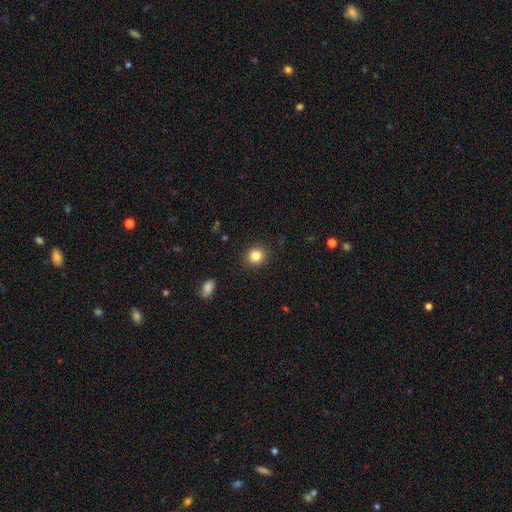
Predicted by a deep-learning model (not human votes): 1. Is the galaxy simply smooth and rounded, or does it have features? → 83% smooth, 11% star or artifact, 6% featured or disk.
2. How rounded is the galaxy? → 83% round, 16% in between, 1% cigar-shaped.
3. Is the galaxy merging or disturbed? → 90% none, 6% minor disturbance, 2% major disturbance, 1% merger.